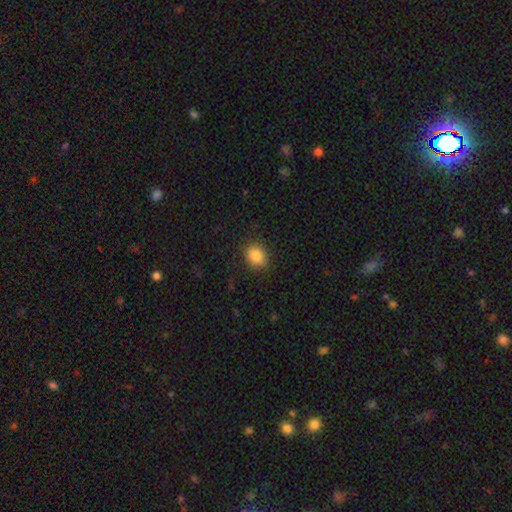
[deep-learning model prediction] The model was most divided on "how rounded": round: 64%, in between: 35%, cigar-shaped: 1%. More confident: merging — none (86%); smooth or featured — smooth (86%).